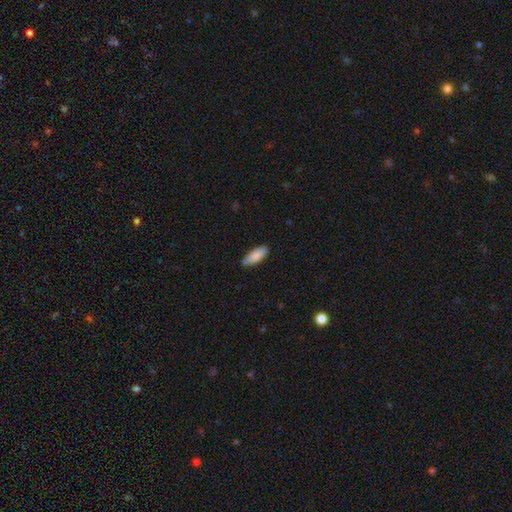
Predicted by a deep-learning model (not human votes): This is clearly a smooth galaxy (88%). How rounded: likely in between (76%). Merging: clearly none (84%).